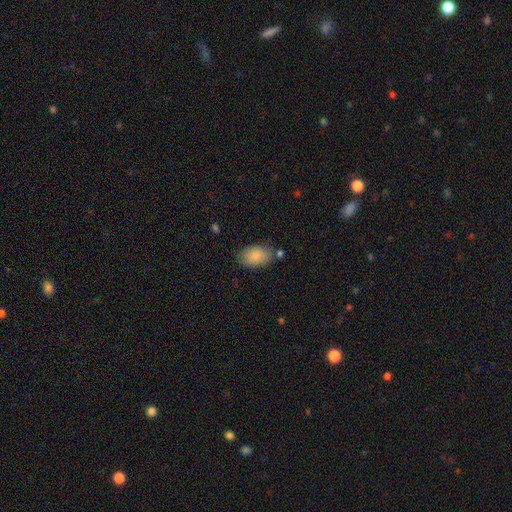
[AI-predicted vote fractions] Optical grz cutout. It shows a smooth galaxy with no disk features (86%) that is in between round and cigar-shaped (91%). Merging: none (74%).